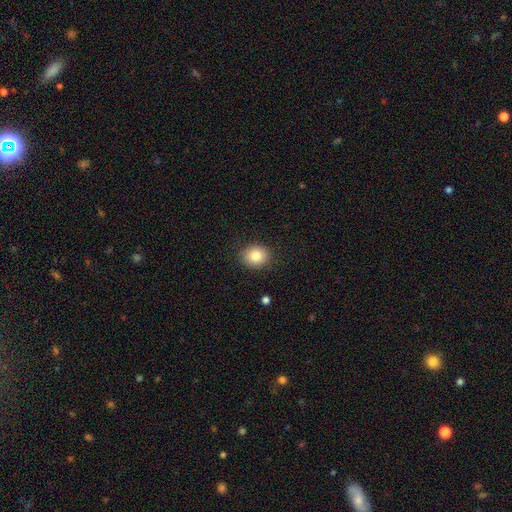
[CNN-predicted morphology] Overall: smooth (83%). How rounded: round (69%; in between 30%). Merging: none (88%).